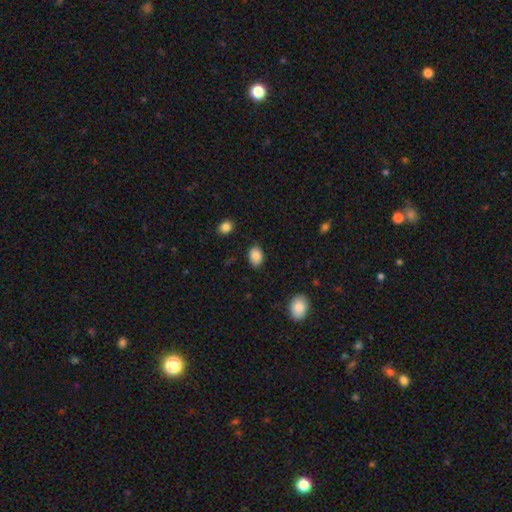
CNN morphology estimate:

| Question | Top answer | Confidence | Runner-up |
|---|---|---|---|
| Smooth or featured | smooth | 87% | star or artifact (8%) |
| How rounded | in between | 76% | round (23%) |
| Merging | none | 84% | minor disturbance (12%) |